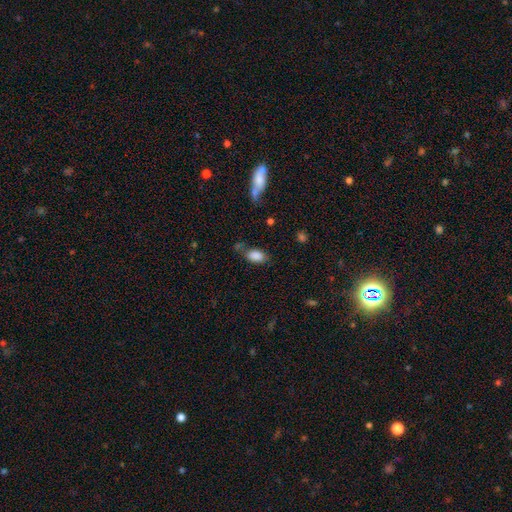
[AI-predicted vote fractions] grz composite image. It shows a smooth galaxy with no disk features (86%) that is in between round and cigar-shaped (92%). Merging: none (66%).